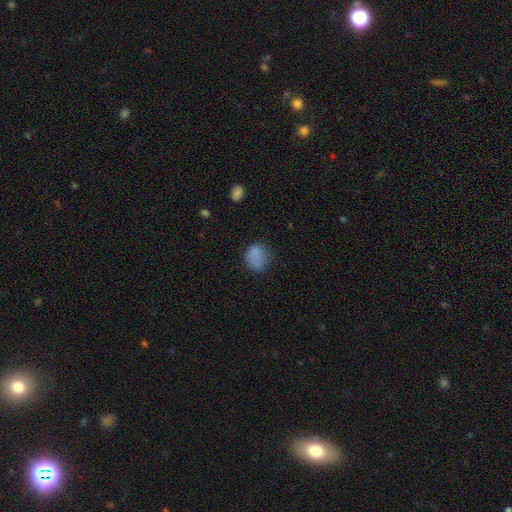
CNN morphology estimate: This appears to be a smooth galaxy with no disk features (79%) that is round (55%). Merging: none (57%).